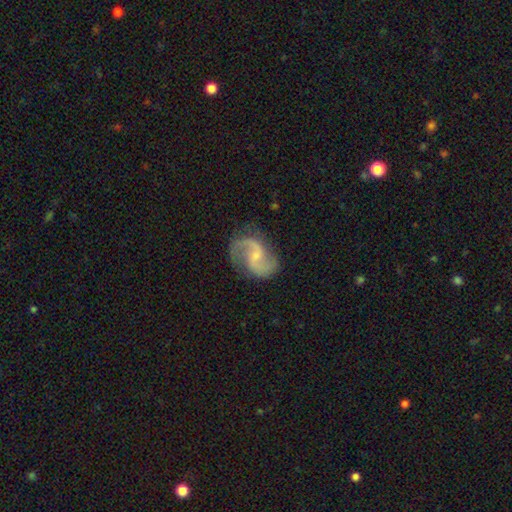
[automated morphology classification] Q: Smooth or featured?
A: featured or disk (89%); runner-up: smooth (6%)
Q: Edge-on disk?
A: no (98%); runner-up: yes (2%)
Q: Bar?
A: weak (48%); runner-up: no (42%)
Q: Spiral arms?
A: yes (97%); runner-up: no (3%)
Q: Spiral winding?
A: loose (48%); runner-up: medium (43%)
Q: Spiral arm count?
A: 2 (93%); runner-up: can't tell (2%)
Q: Bulge size?
A: small (59%); runner-up: moderate (26%)
Q: Merging?
A: none (78%); runner-up: minor disturbance (15%)